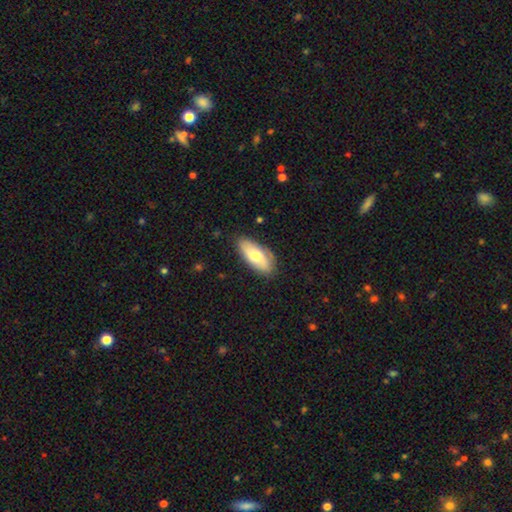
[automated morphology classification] A smooth galaxy with no disk features (67%) that is in between round and cigar-shaped (85%).

Vote fractions:
- Smooth or featured? smooth: 67% / featured or disk: 27% / star or artifact: 6%
- How rounded? in between: 85% / cigar-shaped: 12% / round: 2%
- Merging? none: 80% / minor disturbance: 15% / major disturbance: 3% / merger: 1%